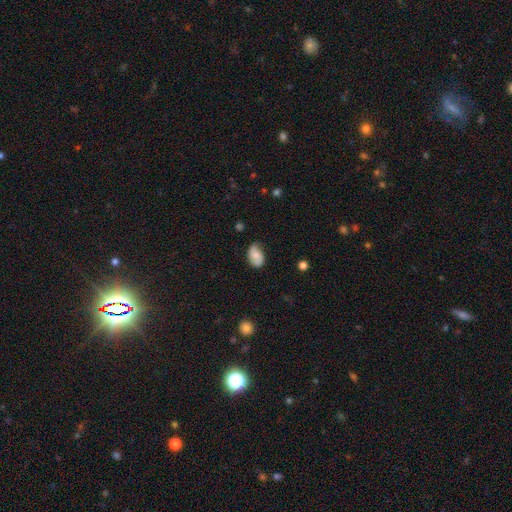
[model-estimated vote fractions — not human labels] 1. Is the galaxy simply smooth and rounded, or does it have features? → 63% smooth, 29% featured or disk, 8% star or artifact.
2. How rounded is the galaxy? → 89% in between, 9% round, 2% cigar-shaped.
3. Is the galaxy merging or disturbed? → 61% none, 30% minor disturbance, 7% major disturbance, 2% merger.